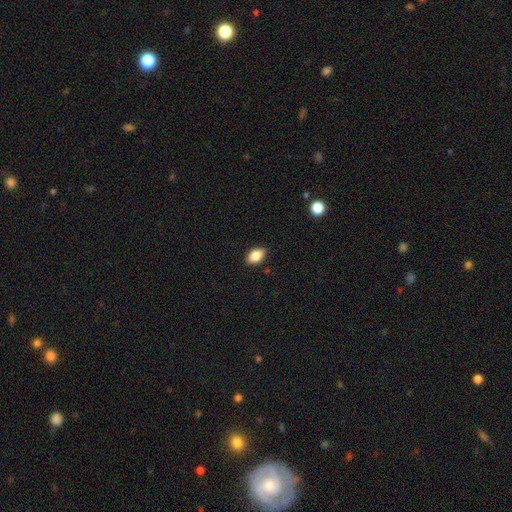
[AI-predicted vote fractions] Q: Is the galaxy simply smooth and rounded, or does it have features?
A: smooth — 84%.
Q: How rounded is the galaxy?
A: in between — 89%.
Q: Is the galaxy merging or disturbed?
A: none — 86%.